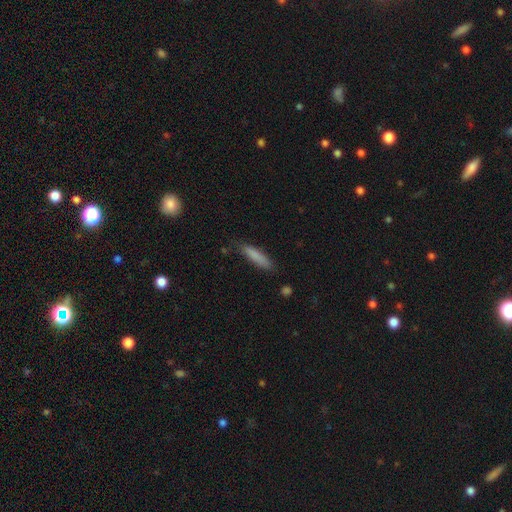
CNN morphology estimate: The model was most divided on "how rounded": cigar-shaped: 80%, in between: 18%, round: 1%. More confident: smooth or featured — smooth (82%); merging — none (79%).